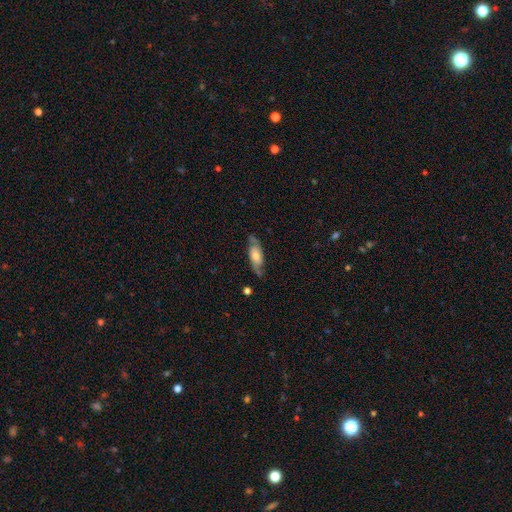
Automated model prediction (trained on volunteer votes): Smooth or featured? featured or disk (56%)
Edge-on disk? no (77%)
Merging? none (70%)